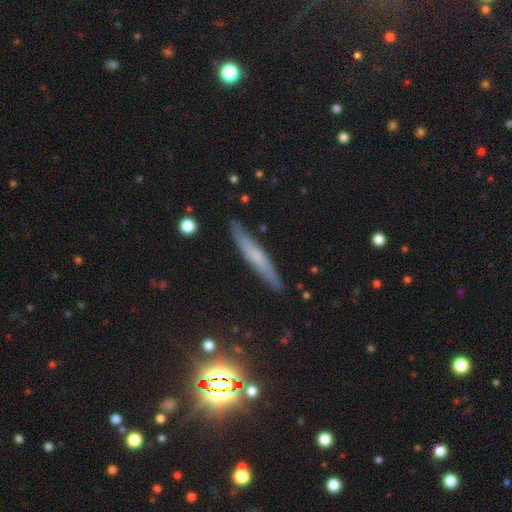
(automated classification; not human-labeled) A smooth galaxy with no disk features (52%) that is cigar-shaped (94%). Merging: none (87%).